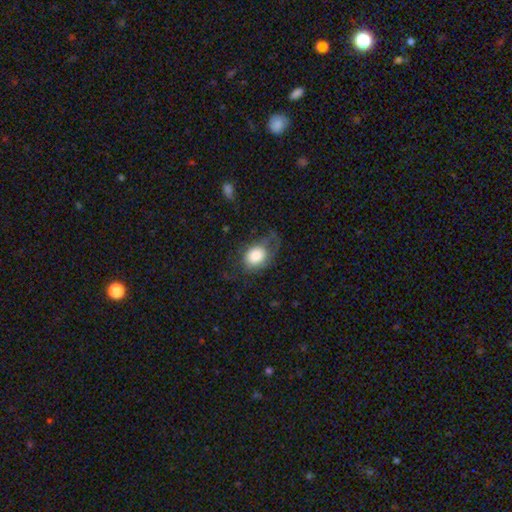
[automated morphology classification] The model was most divided on "how rounded": in between: 54%, round: 45%, cigar-shaped: 1%. Remaining: smooth or featured — smooth (73%); merging — none (41%).